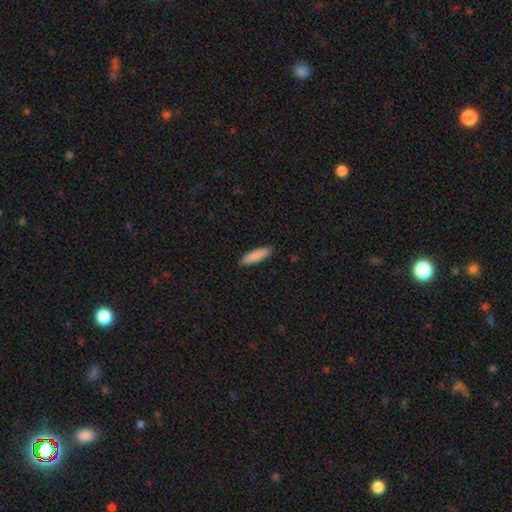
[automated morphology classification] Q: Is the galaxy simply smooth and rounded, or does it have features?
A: smooth — 89%.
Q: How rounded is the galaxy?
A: cigar-shaped — 62%.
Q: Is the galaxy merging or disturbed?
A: none — 89%.